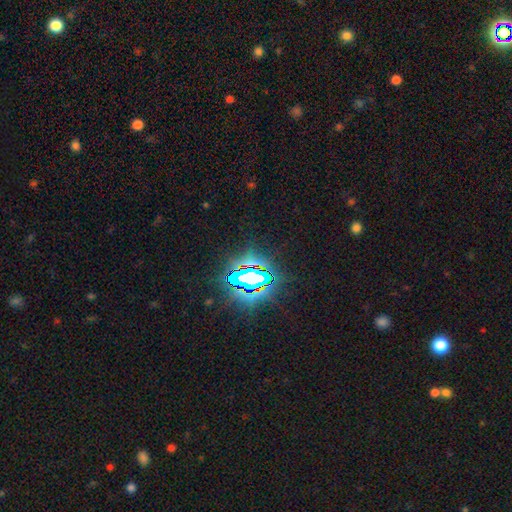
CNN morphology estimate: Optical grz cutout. It shows a star or artifact, not a galaxy (85%).